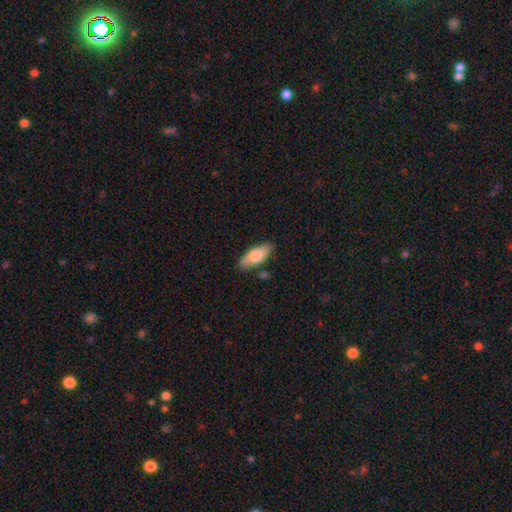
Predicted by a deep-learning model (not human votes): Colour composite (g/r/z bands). It shows a smooth galaxy with no disk features (76%) that is in between round and cigar-shaped (78%). Merging: none (81%).